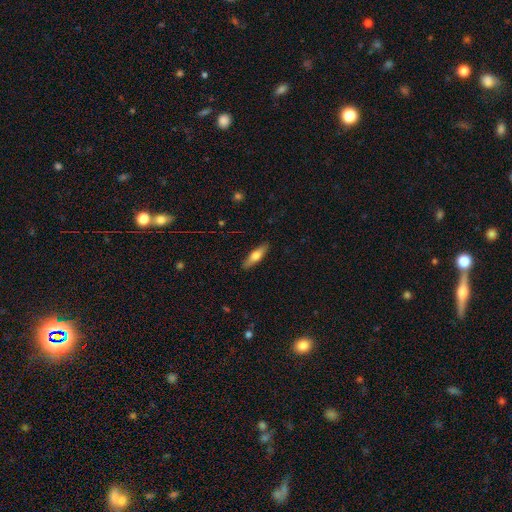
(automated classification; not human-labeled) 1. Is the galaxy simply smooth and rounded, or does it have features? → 58% smooth, 37% featured or disk, 6% star or artifact.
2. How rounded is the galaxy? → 66% cigar-shaped, 32% in between, 2% round.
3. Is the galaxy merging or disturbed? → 89% none, 8% minor disturbance, 2% major disturbance, 1% merger.